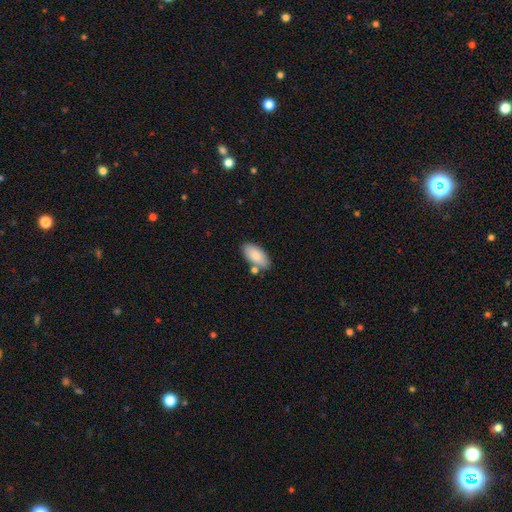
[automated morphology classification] The model was most divided on "merging": none: 74%, minor disturbance: 13%, merger: 10%, major disturbance: 3%. More confident: how rounded — in between (93%); smooth or featured — smooth (84%).